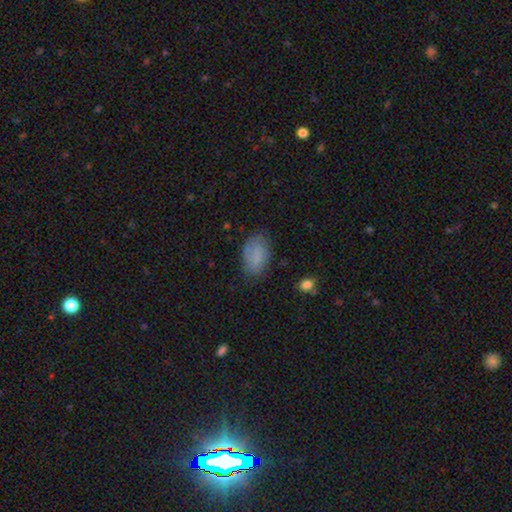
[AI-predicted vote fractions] Overall: smooth (77%). How rounded: in between (92%). Merging: none (71%).